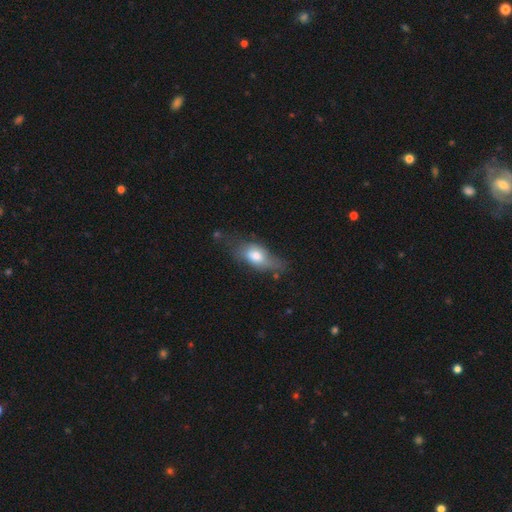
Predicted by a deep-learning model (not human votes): smooth 69%, featured or disk 24%, star or artifact 8%. Down the decision tree: how rounded — in between (81%); merging — none (40%).